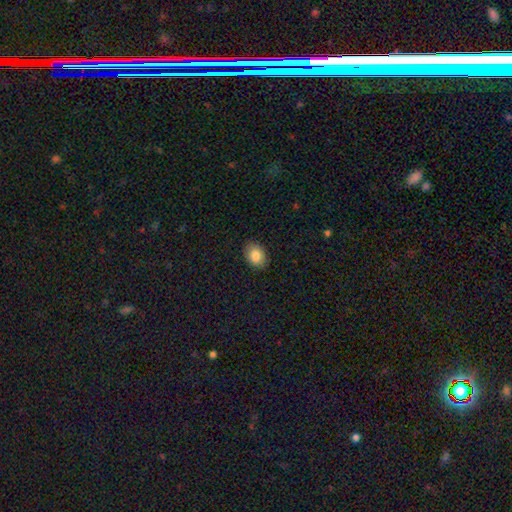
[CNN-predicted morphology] Q: Smooth or featured?
A: smooth (84%); runner-up: star or artifact (8%)
Q: How rounded?
A: in between (77%); runner-up: round (22%)
Q: Merging?
A: none (87%); runner-up: minor disturbance (10%)